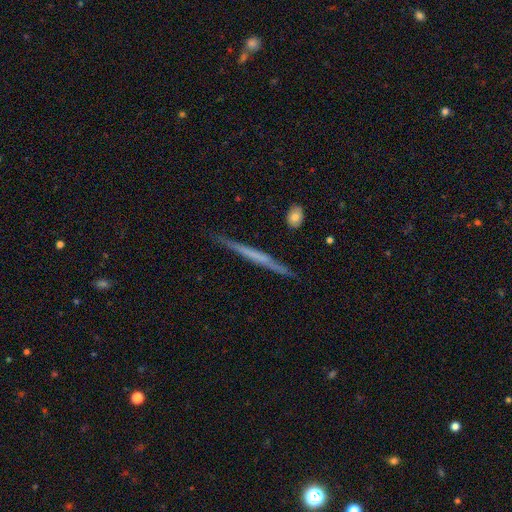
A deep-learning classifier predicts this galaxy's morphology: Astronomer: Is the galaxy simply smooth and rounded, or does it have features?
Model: featured or disk — 57% (runner-up: smooth, 37%).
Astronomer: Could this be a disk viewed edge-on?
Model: yes — 97%.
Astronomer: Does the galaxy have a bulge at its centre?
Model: none — 85%.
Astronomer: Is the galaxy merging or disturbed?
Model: none — 88%.